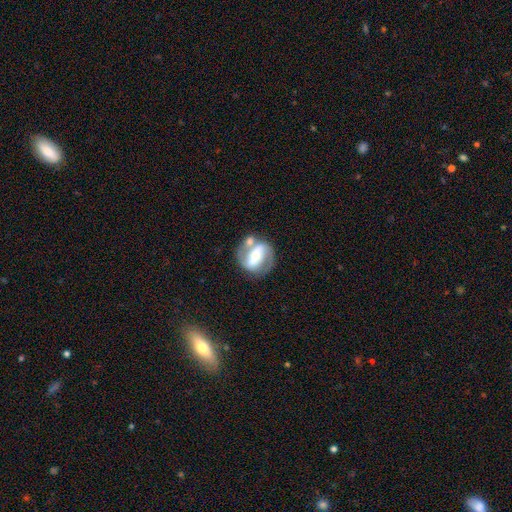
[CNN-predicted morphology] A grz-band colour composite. It shows a featured or disk galaxy (79%) with a strong bar (62%), 2 (87%) medium (47%) spiral arms (82%) and a moderate central bulge (52%). Merging: none (62%).